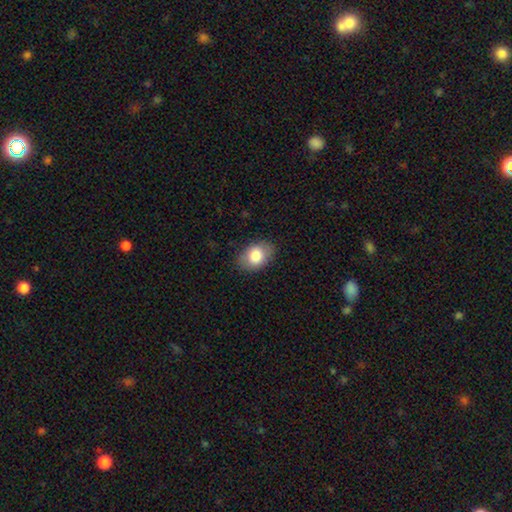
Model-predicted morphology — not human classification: Smooth or featured: smooth — 83% (featured or disk — 10%)
How rounded: in between — 81% (round — 18%)
Merging: none — 84% (minor disturbance — 12%)